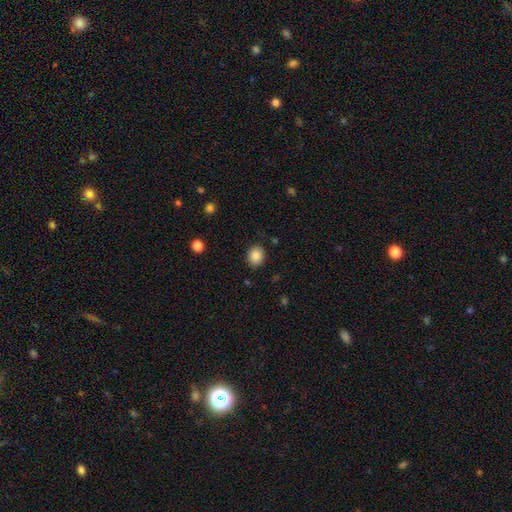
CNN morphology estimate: smooth_or_featured: smooth (p=0.87) [alt: star or artifact p=0.09]
how_rounded: round (p=0.60) [alt: in between p=0.39]
merging: none (p=0.87) [alt: minor disturbance p=0.09]